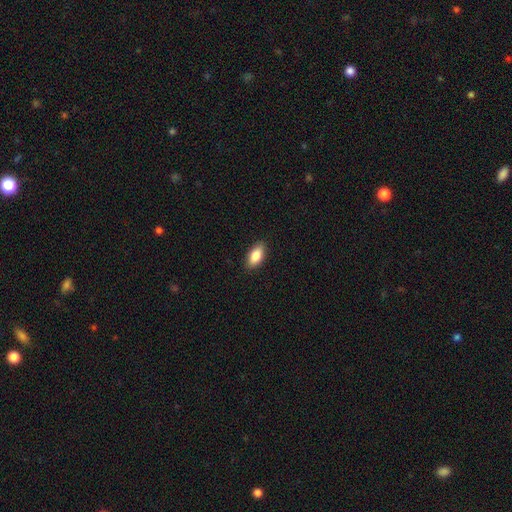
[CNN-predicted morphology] smooth 85%, featured or disk 8%, star or artifact 7%. Down the decision tree: how rounded — in between (90%); merging — none (88%).